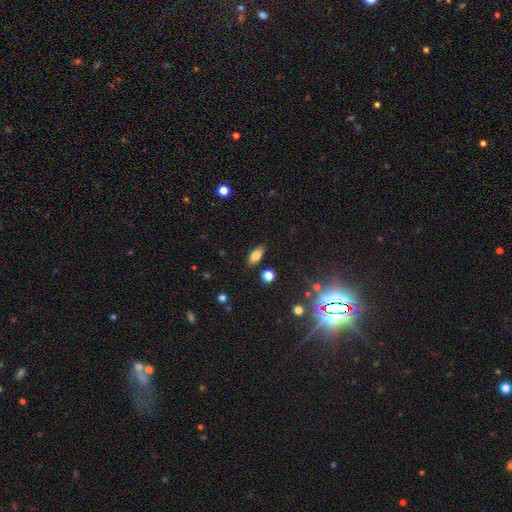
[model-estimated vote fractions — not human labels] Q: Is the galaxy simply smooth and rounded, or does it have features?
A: smooth — 78%.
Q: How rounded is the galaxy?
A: in between — 83%.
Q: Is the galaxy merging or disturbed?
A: none — 85%.